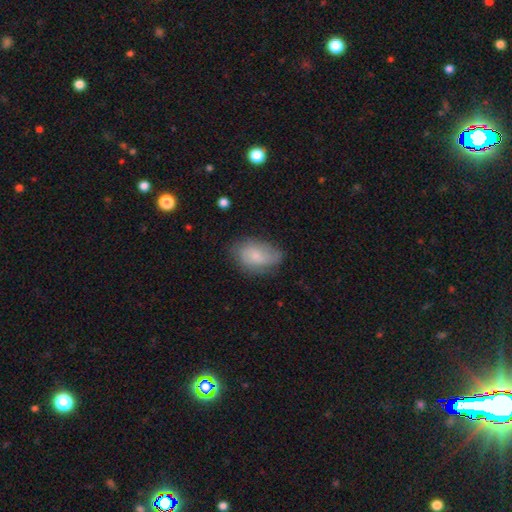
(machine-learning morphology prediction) A smooth galaxy with no disk features (68%) that is in between round and cigar-shaped (88%). Merging: none (65%).